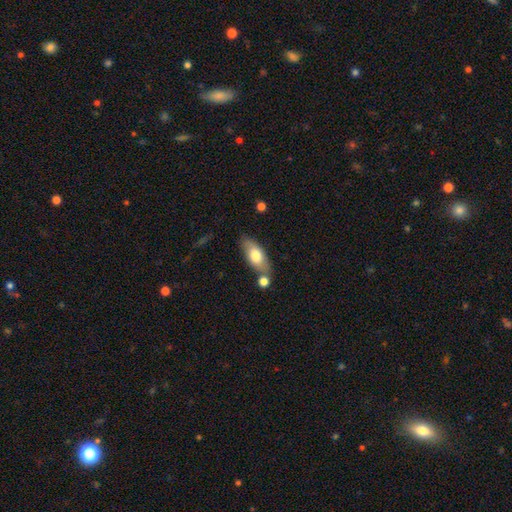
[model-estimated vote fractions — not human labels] Q: Smooth or featured?
A: smooth (71%); runner-up: featured or disk (23%)
Q: How rounded?
A: in between (79%); runner-up: cigar-shaped (18%)
Q: Merging?
A: none (69%); runner-up: minor disturbance (14%)